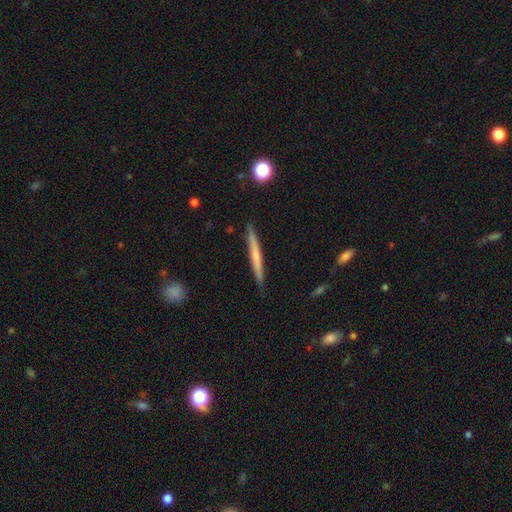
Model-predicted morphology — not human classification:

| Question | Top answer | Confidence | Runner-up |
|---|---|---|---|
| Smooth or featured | smooth | 48% | featured or disk (46%) |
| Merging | none | 90% | minor disturbance (7%) |